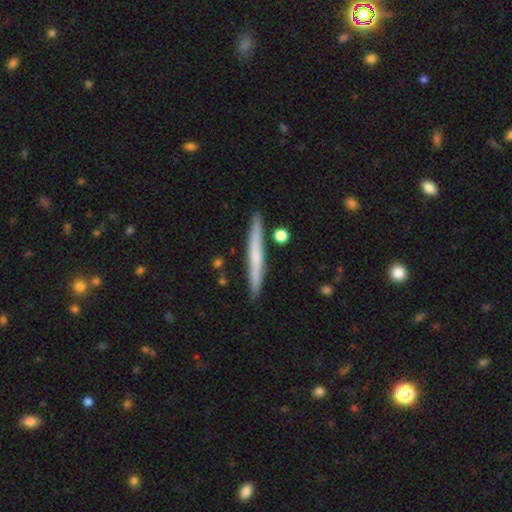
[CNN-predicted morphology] This is possibly a smooth galaxy (52%). How rounded: clearly cigar-shaped (97%). Merging: clearly none (90%).